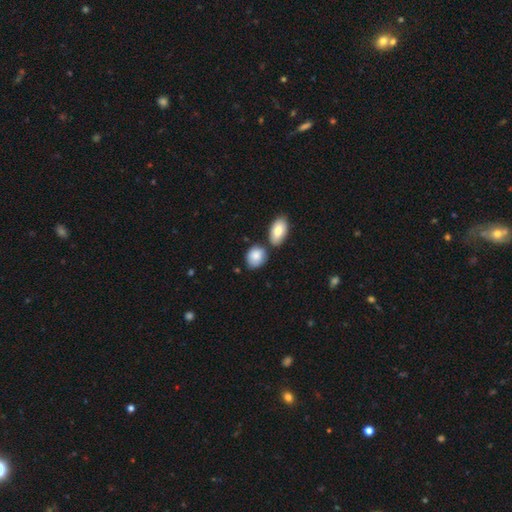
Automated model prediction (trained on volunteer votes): Smooth or featured: smooth — 85% (featured or disk — 8%)
How rounded: in between — 54% (round — 44%)
Merging: none — 61% (merger — 18%)